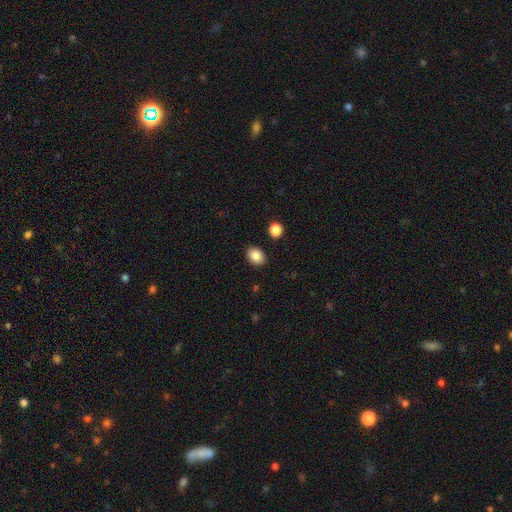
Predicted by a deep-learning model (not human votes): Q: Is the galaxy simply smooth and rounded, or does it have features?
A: smooth — 86%.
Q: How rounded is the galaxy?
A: in between — 63%.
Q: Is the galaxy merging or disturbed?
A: none — 89%.